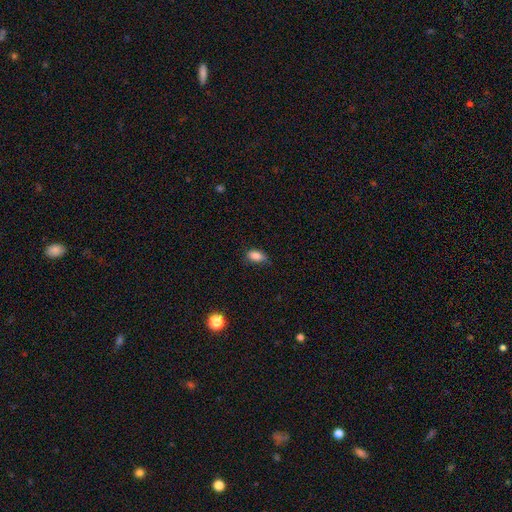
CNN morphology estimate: The model was most divided on "merging": none: 61%, minor disturbance: 30%, major disturbance: 7%, merger: 1%. More confident: how rounded — in between (88%); smooth or featured — smooth (86%).